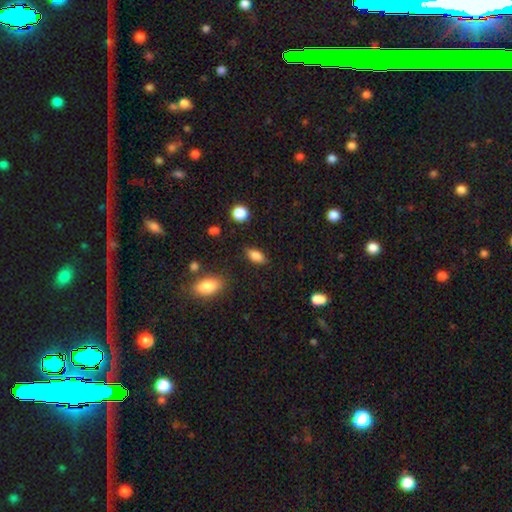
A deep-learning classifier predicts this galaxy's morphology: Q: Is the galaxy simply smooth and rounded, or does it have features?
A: smooth — 81%.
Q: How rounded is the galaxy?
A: in between — 85%.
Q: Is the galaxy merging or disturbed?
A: none — 83%.